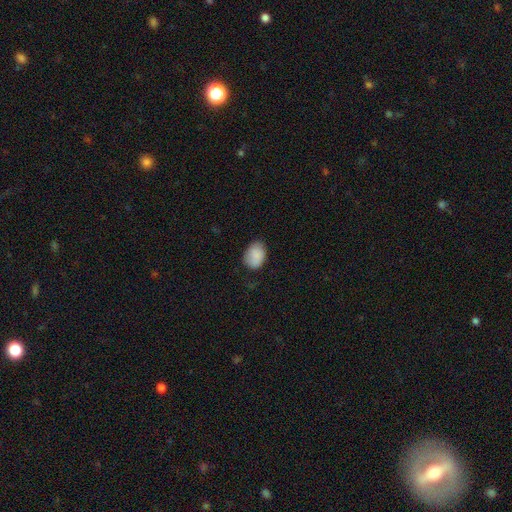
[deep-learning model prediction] Smooth or featured? smooth (86%)
How rounded? in between (78%)
Merging? none (71%)